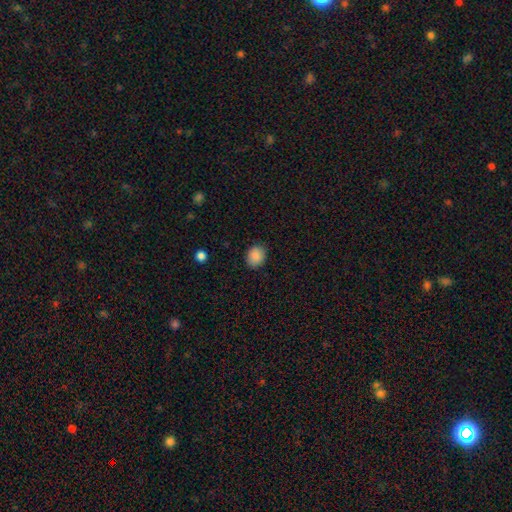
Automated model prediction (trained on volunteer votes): smooth 89%, star or artifact 8%, featured or disk 3%. Down the decision tree: how rounded — round (55%); merging — none (87%).